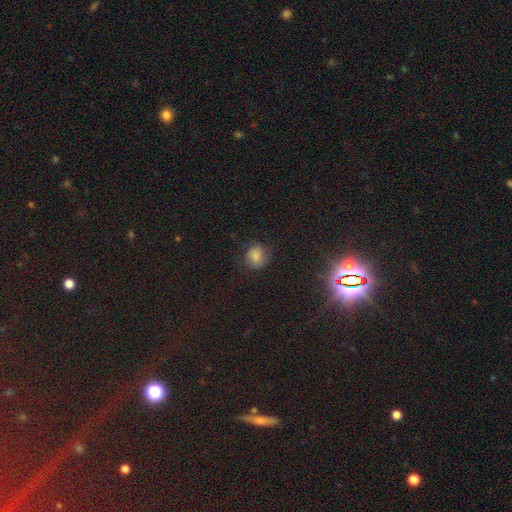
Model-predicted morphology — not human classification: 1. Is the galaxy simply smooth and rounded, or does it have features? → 68% smooth, 16% featured or disk, 16% star or artifact.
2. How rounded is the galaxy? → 63% round, 36% in between, 1% cigar-shaped.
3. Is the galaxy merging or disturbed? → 68% none, 20% minor disturbance, 10% major disturbance, 2% merger.